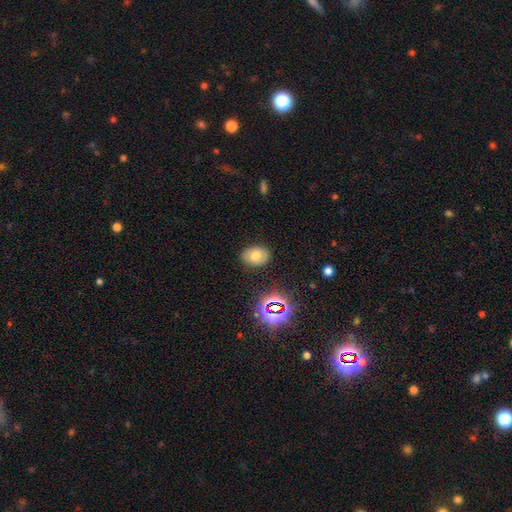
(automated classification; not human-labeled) Smooth or featured? smooth (71%)
How rounded? in between (70%)
Merging? none (85%)